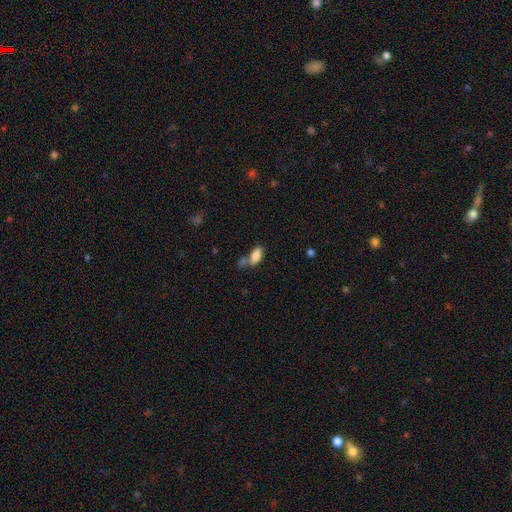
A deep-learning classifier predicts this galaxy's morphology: type=smooth (84%); roundness=in between (87%); merging=none (47%).